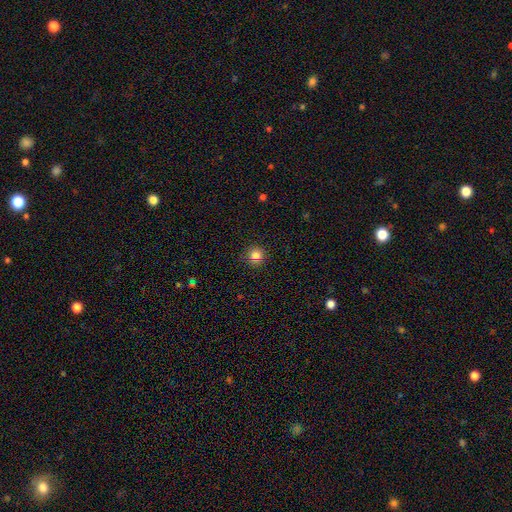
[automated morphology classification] Smooth or featured? Predicted: smooth (p=0.81). How rounded? Predicted: round (p=0.93). Merging? Predicted: none (p=0.88).